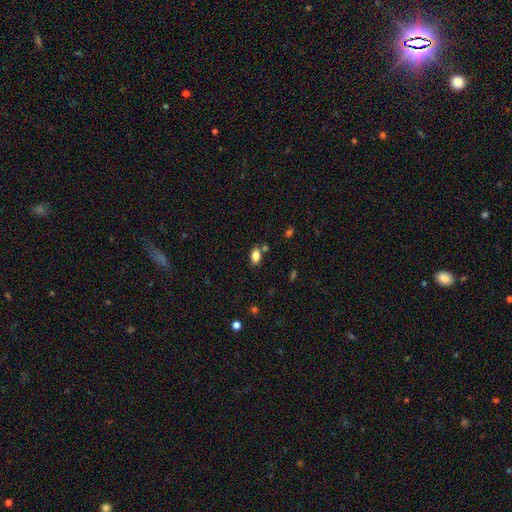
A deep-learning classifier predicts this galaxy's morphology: This appears to be a smooth galaxy with no disk features (84%) that is in between round and cigar-shaped (89%). Merging: none (73%).